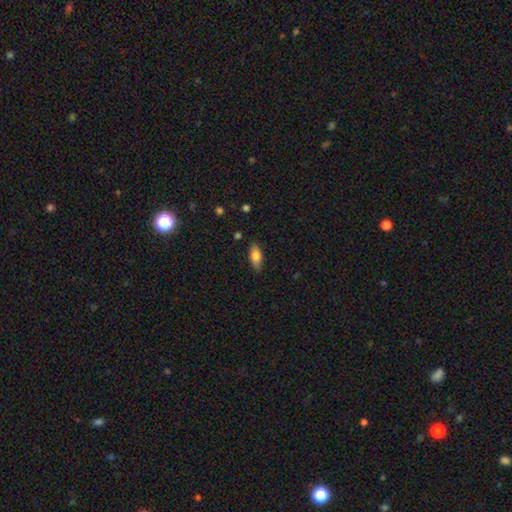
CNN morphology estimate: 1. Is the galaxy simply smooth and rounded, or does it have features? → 79% smooth, 14% featured or disk, 7% star or artifact.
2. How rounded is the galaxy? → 86% in between, 12% cigar-shaped, 3% round.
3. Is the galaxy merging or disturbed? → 81% none, 15% minor disturbance, 3% major disturbance, 1% merger.